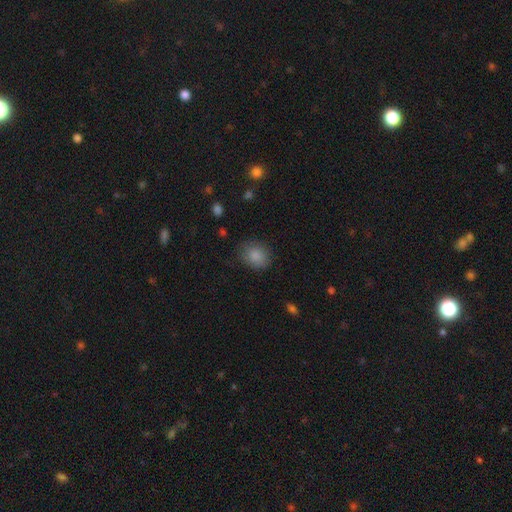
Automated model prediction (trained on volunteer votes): Smooth or featured?
  - smooth: 87% *
  - star or artifact: 8%
  - featured or disk: 5%
How rounded?
  - in between: 52% *
  - round: 47%
  - cigar-shaped: 1%
Merging?
  - none: 79% *
  - minor disturbance: 15%
  - major disturbance: 4%
  - merger: 1%